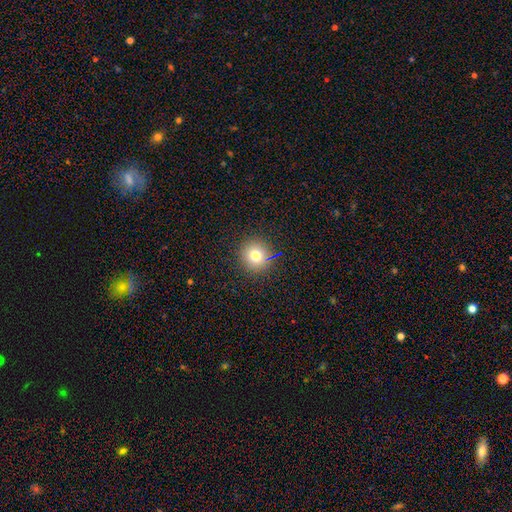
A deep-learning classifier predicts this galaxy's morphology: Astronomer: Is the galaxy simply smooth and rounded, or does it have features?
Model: smooth — 76%.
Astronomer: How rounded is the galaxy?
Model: round — 94%.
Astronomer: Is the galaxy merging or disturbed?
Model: none — 90%.